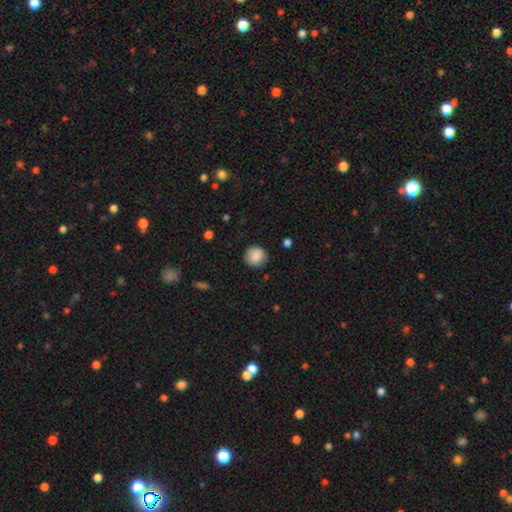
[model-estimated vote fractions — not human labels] Smooth or featured? smooth (85%)
How rounded? round (90%)
Merging? none (83%)